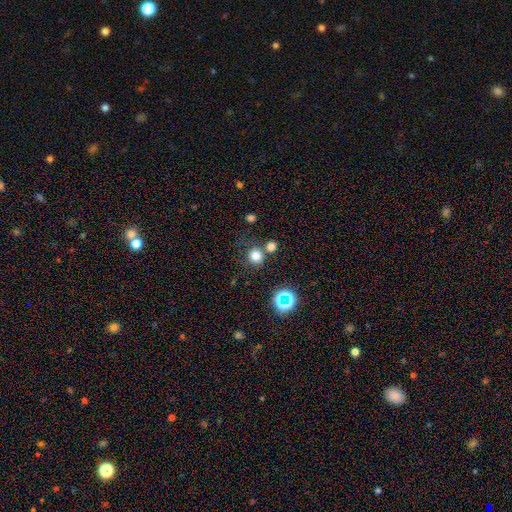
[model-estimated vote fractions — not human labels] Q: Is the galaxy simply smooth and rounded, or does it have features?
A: smooth — 76%.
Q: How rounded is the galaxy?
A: round — 92%.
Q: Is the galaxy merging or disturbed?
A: none — 69%.